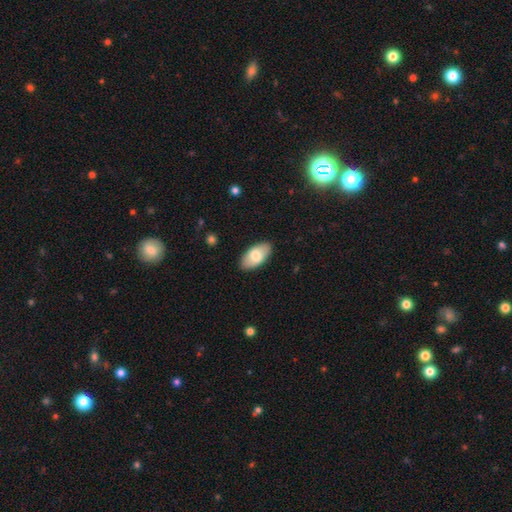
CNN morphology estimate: Smooth or featured?
  - smooth: 74% *
  - featured or disk: 20%
  - star or artifact: 6%
How rounded?
  - in between: 94% *
  - cigar-shaped: 3%
  - round: 2%
Merging?
  - none: 88% *
  - minor disturbance: 9%
  - major disturbance: 2%
  - merger: 1%